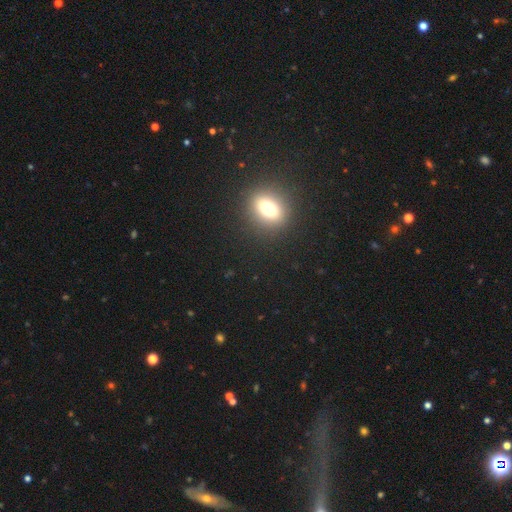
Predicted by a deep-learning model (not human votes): Q: Smooth or featured?
A: smooth (51%); runner-up: star or artifact (36%)
Q: How rounded?
A: round (76%); runner-up: in between (21%)
Q: Merging?
A: none (92%); runner-up: minor disturbance (5%)